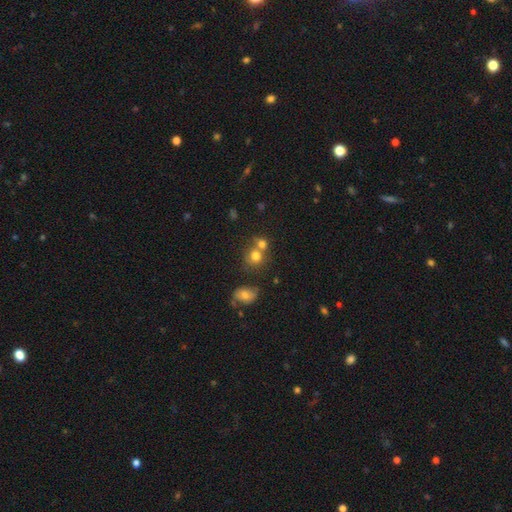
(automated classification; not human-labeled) smooth 74%, star or artifact 14%, featured or disk 12%. Down the decision tree: how rounded — round (79%); merging — none (46%).